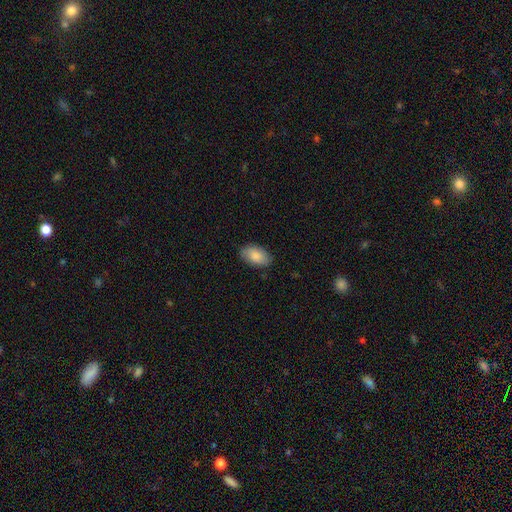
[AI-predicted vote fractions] Smooth or featured: smooth — 86% (featured or disk — 8%)
How rounded: in between — 94% (round — 5%)
Merging: none — 85% (minor disturbance — 12%)